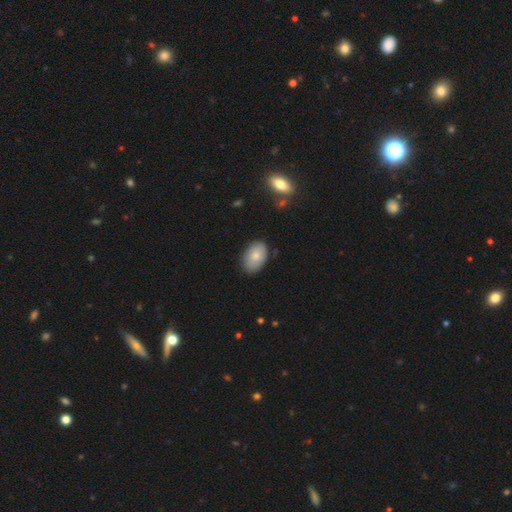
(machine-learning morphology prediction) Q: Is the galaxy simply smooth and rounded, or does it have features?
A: smooth — 81%.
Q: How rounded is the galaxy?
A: in between — 91%.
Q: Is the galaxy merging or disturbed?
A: none — 82%.